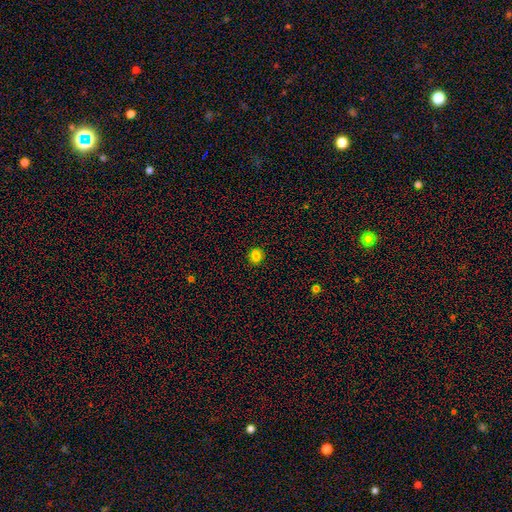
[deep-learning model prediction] This is clearly a smooth galaxy (82%). How rounded: likely round (75%). Merging: clearly none (90%).